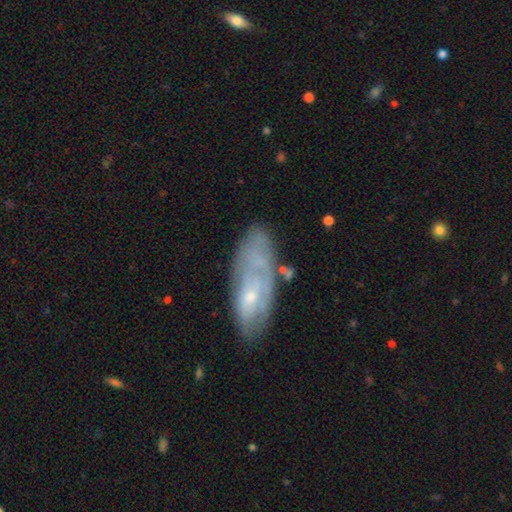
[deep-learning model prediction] The model was most divided on "smooth or featured": featured or disk: 50%, smooth: 43%, star or artifact: 7%. More confident: merging — none (57%).